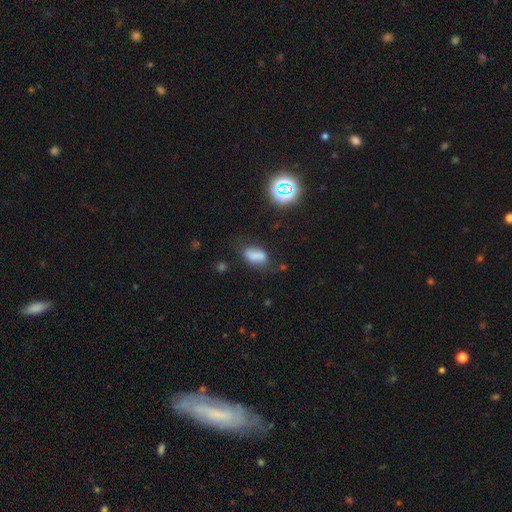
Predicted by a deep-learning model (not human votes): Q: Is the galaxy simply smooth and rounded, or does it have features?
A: smooth — 74%.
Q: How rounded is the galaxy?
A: in between — 85%.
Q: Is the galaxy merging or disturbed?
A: none — 59%.